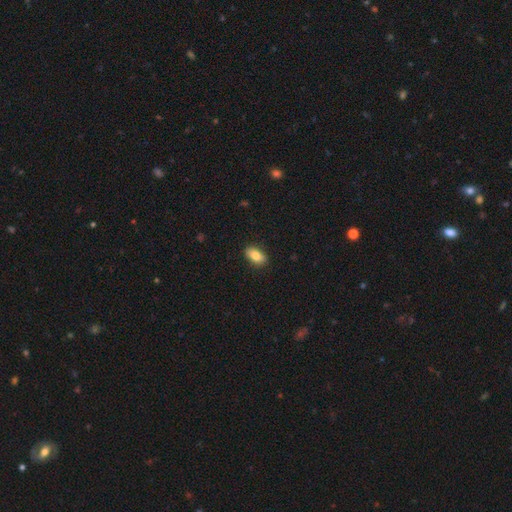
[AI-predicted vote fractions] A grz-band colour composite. It shows a smooth galaxy with no disk features (82%) that is in between round and cigar-shaped (90%). Merging: none (88%).